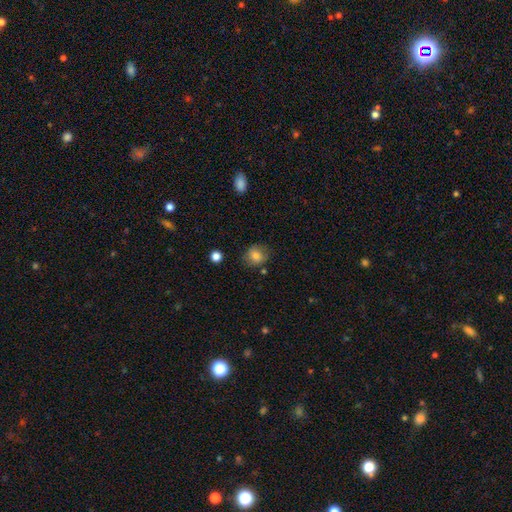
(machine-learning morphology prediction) Q: Smooth or featured?
A: smooth (82%); runner-up: star or artifact (10%)
Q: How rounded?
A: round (78%); runner-up: in between (21%)
Q: Merging?
A: none (79%); runner-up: minor disturbance (15%)